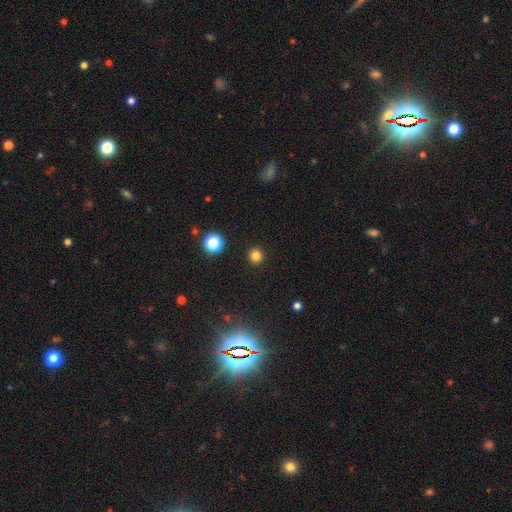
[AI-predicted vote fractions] Smooth or featured? Predicted: smooth (p=0.81). How rounded? Predicted: round (p=0.94). Merging? Predicted: none (p=0.92).